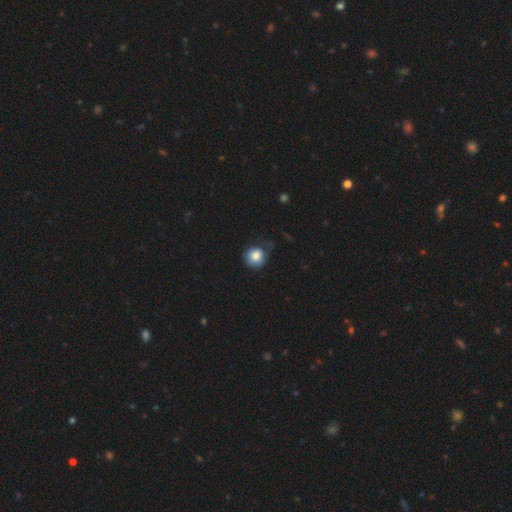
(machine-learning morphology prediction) A smooth galaxy with no disk features (82%) that is round (88%). Merging: none (62%).